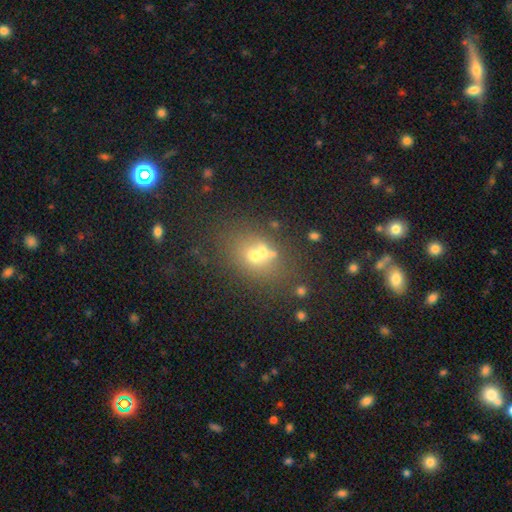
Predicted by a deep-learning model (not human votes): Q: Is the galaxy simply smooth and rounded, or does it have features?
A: smooth — 52%.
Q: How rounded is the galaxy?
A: round — 55%.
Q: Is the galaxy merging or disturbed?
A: none — 48%.